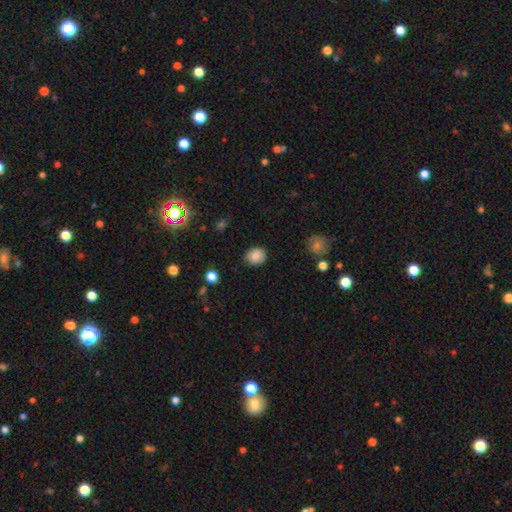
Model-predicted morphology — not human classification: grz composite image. It shows a smooth galaxy with no disk features (84%) that is round (64%). Merging: none (79%).